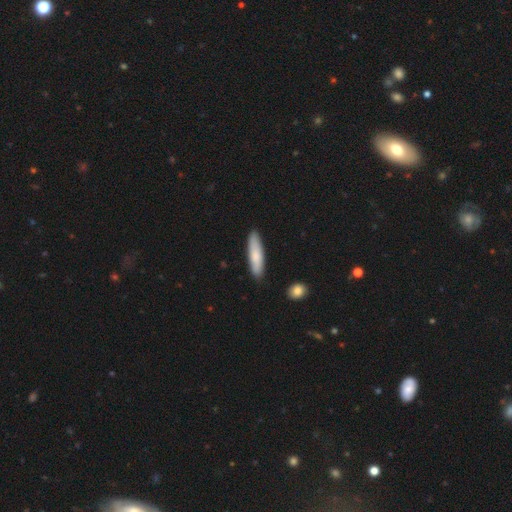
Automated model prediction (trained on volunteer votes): Q: Smooth or featured?
A: smooth (78%); runner-up: featured or disk (17%)
Q: How rounded?
A: cigar-shaped (75%); runner-up: in between (23%)
Q: Merging?
A: none (87%); runner-up: minor disturbance (9%)